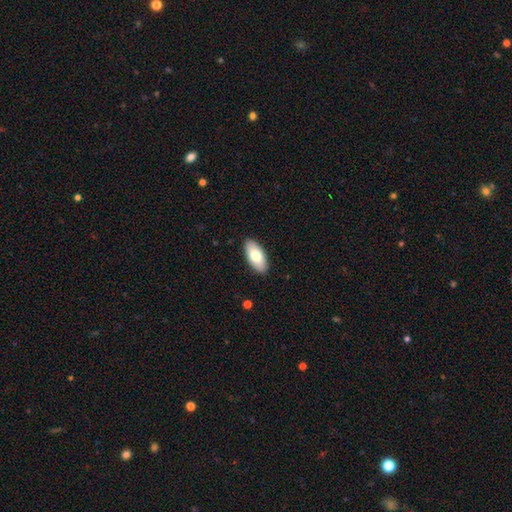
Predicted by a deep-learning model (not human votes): A smooth galaxy with no disk features (75%) that is in between round and cigar-shaped (91%).

Vote fractions:
- Smooth or featured? smooth: 75% / featured or disk: 19% / star or artifact: 6%
- How rounded? in between: 91% / cigar-shaped: 7% / round: 2%
- Merging? none: 90% / minor disturbance: 8% / major disturbance: 2% / merger: 1%